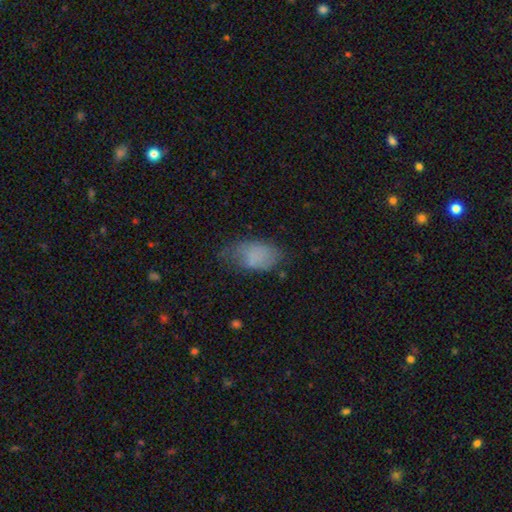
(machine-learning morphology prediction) Overall: smooth (75%). How rounded: in between (93%). Merging: none (53%; minor disturbance 31%).